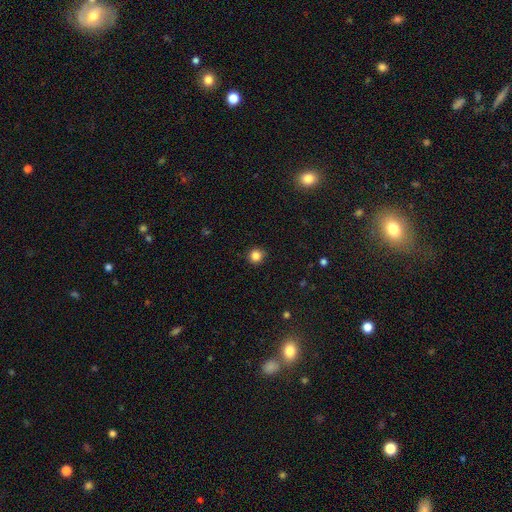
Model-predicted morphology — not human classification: Overall: smooth (84%). How rounded: round (94%). Merging: none (89%).